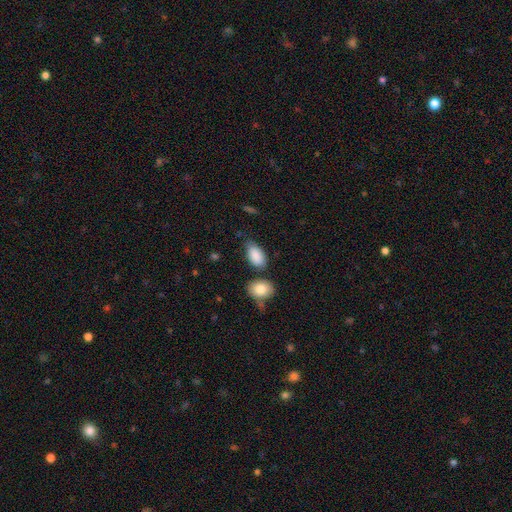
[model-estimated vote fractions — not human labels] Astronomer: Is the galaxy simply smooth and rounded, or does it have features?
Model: smooth — 87%.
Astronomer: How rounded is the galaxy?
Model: in between — 93%.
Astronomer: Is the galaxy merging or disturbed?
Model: none — 58%.